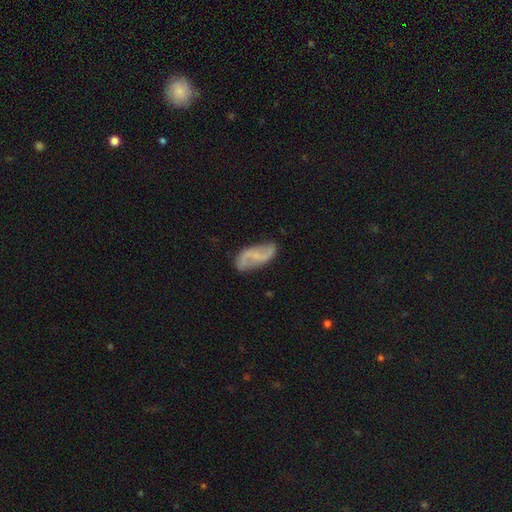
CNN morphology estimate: A featured or disk galaxy (72%) with a weak bar (42%), 2 (90%) loose (65%) spiral arms (90%) and a small central bulge (51%).

Vote fractions:
- Smooth or featured? featured or disk: 72% / smooth: 21% / star or artifact: 7%
- Edge-on disk? no: 95% / yes: 5%
- Bar? weak: 42% / no: 41% / strong: 18%
- Spiral arms? yes: 90% / no: 10%
- Spiral winding? loose: 65% / medium: 25% / tight: 9%
- Spiral arm count? 2: 90% / can't tell: 5% / 1: 2% / 3: 1% / 4: 1% / more than 4: 1%
- Bulge size? small: 51% / none: 37% / moderate: 10% / large: 1% / dominant: 1%
- Merging? none: 73% / minor disturbance: 19% / major disturbance: 6% / merger: 2%